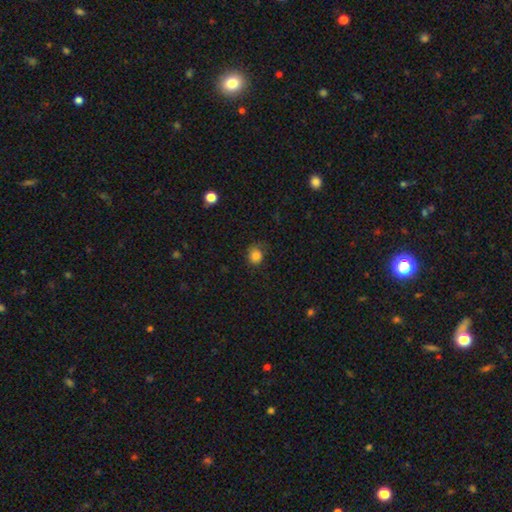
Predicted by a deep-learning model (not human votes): A smooth galaxy with no disk features (84%) that is round (79%).

Vote fractions:
- Smooth or featured? smooth: 84% / star or artifact: 12% / featured or disk: 4%
- How rounded? round: 79% / in between: 20% / cigar-shaped: 1%
- Merging? none: 68% / minor disturbance: 23% / major disturbance: 8% / merger: 1%